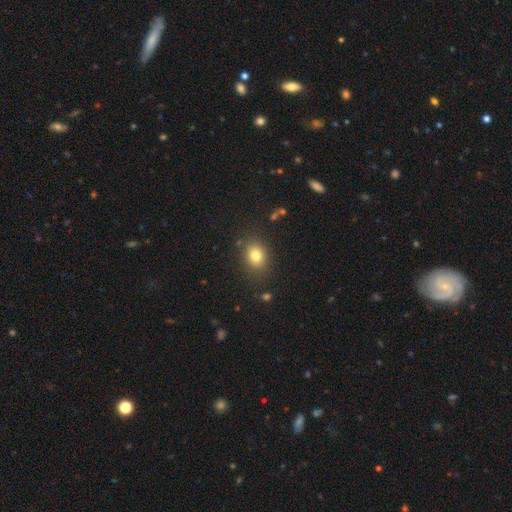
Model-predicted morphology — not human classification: Smooth or featured? Predicted: smooth (p=0.79). How rounded? Predicted: in between (p=0.51). Merging? Predicted: none (p=0.82).